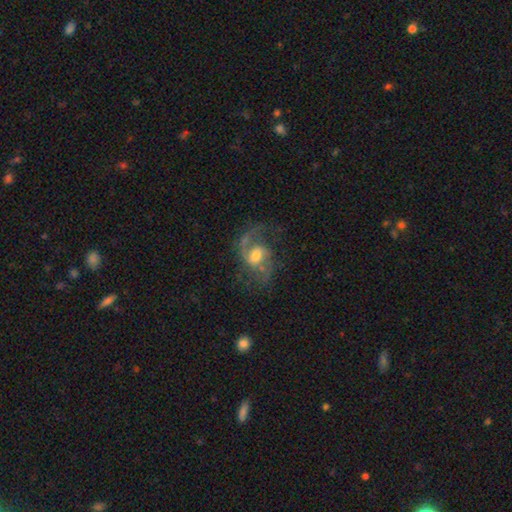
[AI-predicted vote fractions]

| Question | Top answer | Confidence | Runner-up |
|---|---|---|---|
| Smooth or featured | featured or disk | 84% | smooth (10%) |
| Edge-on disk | no | 97% | yes (3%) |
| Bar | weak | 46% | no (44%) |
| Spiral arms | yes | 95% | no (5%) |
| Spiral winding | medium | 47% | loose (43%) |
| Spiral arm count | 2 | 74% | 1 (13%) |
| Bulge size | moderate | 59% | small (26%) |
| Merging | none | 58% | major disturbance (22%) |